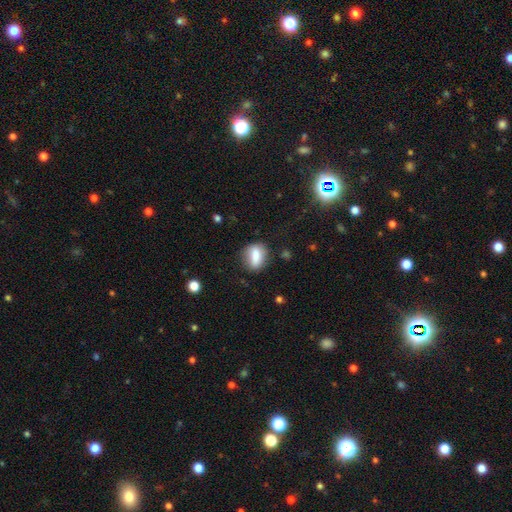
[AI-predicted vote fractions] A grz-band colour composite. It shows a smooth galaxy with no disk features (77%) that is in between round and cigar-shaped (65%). Merging: none (72%).